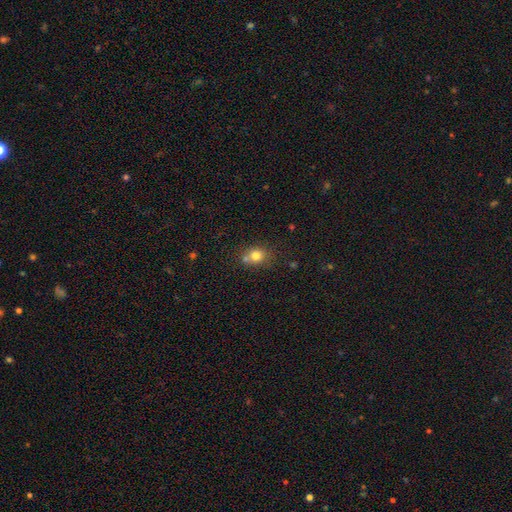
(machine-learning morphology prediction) smooth-or-featured: smooth: 77% | star or artifact: 12% | featured or disk: 11%
  how-rounded: round: 69% | in between: 30% | cigar-shaped: 1%
  merging: none: 55% | merger: 28% | minor disturbance: 13% | major disturbance: 4%